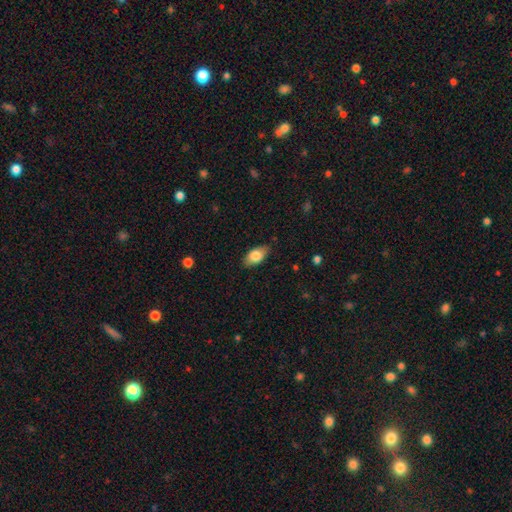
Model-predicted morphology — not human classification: smooth-or-featured: smooth: 81% | featured or disk: 13% | star or artifact: 7%
  how-rounded: in between: 92% | round: 4% | cigar-shaped: 4%
  merging: none: 83% | minor disturbance: 13% | major disturbance: 3% | merger: 1%